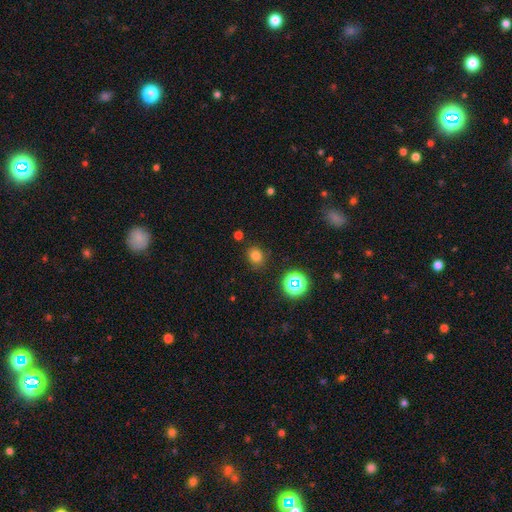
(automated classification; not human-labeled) Smooth or featured: smooth — 76% (star or artifact — 19%)
How rounded: round — 70% (in between — 29%)
Merging: none — 84% (minor disturbance — 11%)